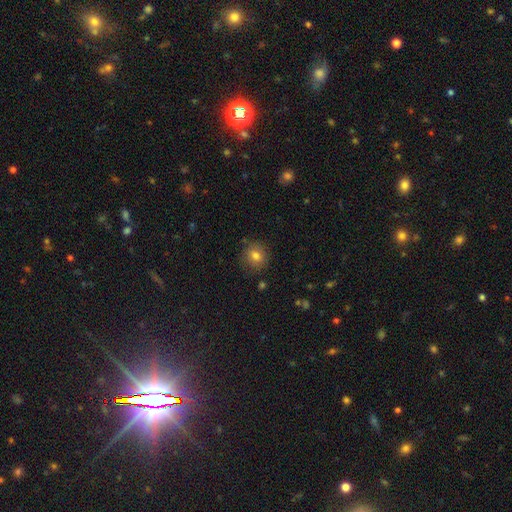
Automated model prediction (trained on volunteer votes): The model was most divided on "how rounded": round: 83%, in between: 17%, cigar-shaped: 1%. More confident: merging — none (82%); smooth or featured — smooth (77%).